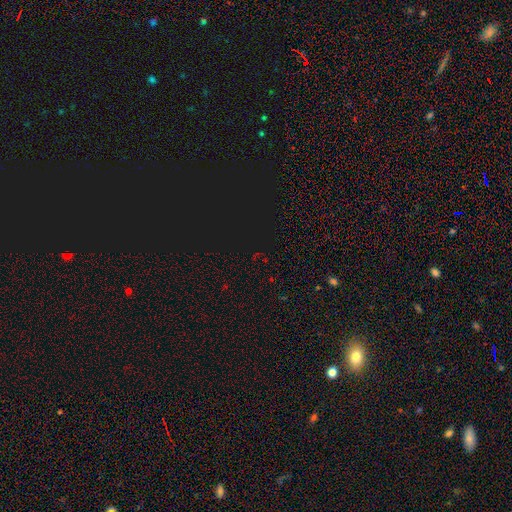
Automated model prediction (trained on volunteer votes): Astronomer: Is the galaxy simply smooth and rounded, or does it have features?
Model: star or artifact — 78%.